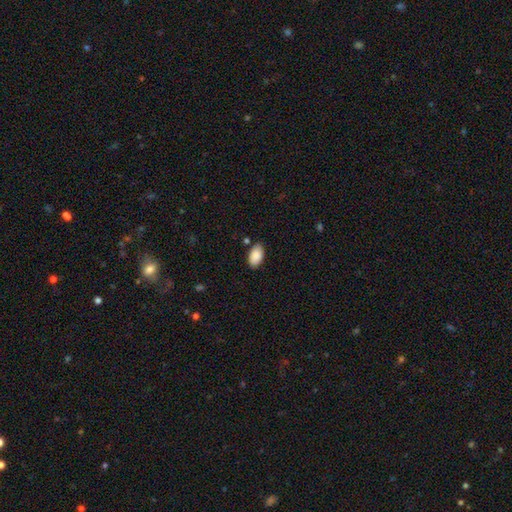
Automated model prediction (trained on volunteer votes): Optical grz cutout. It shows a smooth galaxy with no disk features (89%) that is in between round and cigar-shaped (95%). Merging: none (83%).